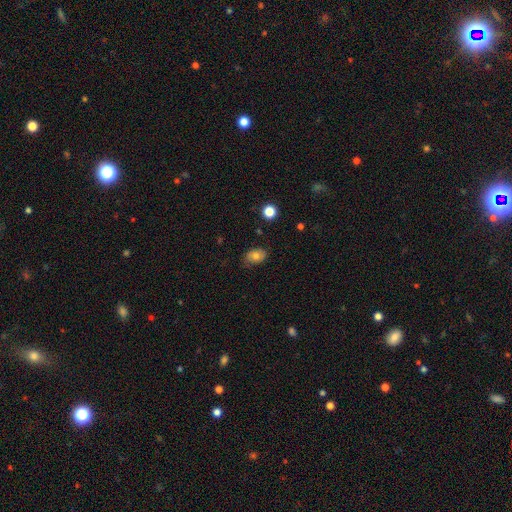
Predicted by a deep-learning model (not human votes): The model was most divided on "smooth or featured": smooth: 71%, featured or disk: 18%, star or artifact: 10%. More confident: how rounded — in between (77%); merging — none (74%).